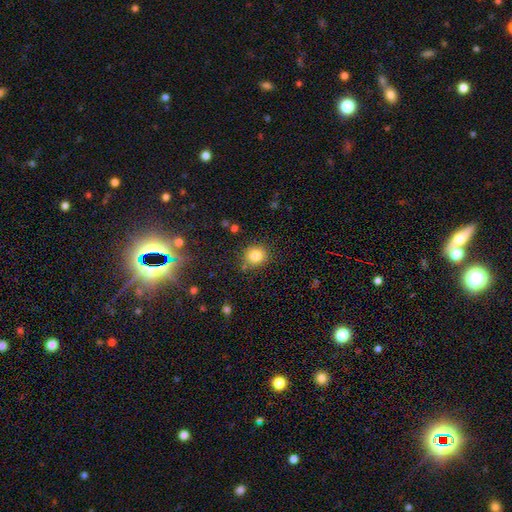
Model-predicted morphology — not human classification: A smooth galaxy with no disk features (82%) that is round (85%).

Vote fractions:
- Smooth or featured? smooth: 82% / star or artifact: 11% / featured or disk: 7%
- How rounded? round: 85% / in between: 14% / cigar-shaped: 1%
- Merging? none: 83% / minor disturbance: 10% / merger: 4% / major disturbance: 3%